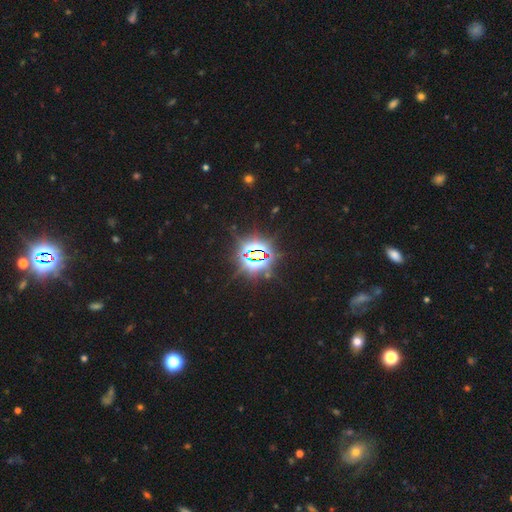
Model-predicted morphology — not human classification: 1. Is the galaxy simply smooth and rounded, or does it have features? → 86% star or artifact, 7% smooth, 7% featured or disk.